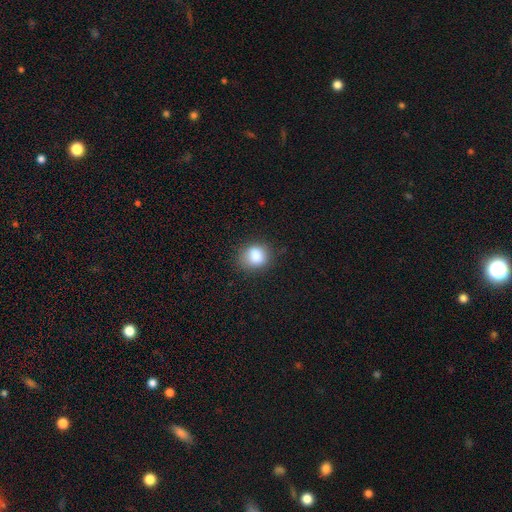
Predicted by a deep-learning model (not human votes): Smooth or featured?
  - smooth: 84% *
  - star or artifact: 10%
  - featured or disk: 6%
How rounded?
  - round: 64% *
  - in between: 35%
  - cigar-shaped: 1%
Merging?
  - none: 73% *
  - minor disturbance: 19%
  - major disturbance: 5%
  - merger: 2%